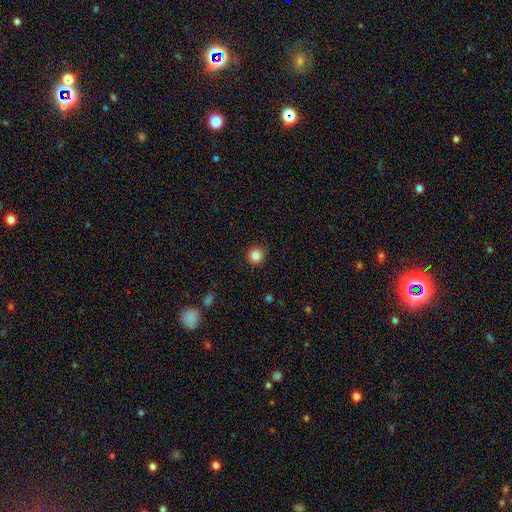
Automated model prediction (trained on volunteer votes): This appears to be a smooth galaxy with no disk features (86%) that is round (92%). Merging: none (91%).